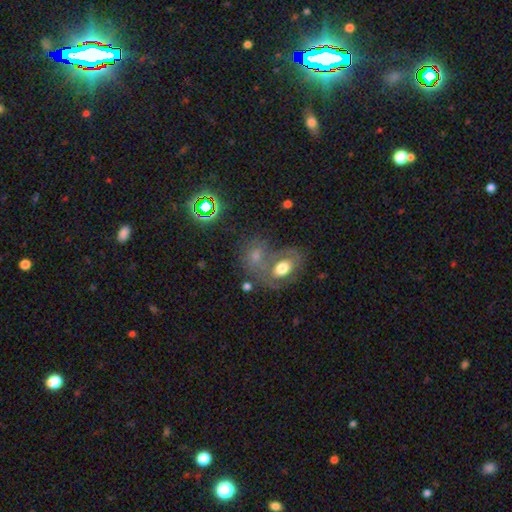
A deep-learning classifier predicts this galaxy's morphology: Overall: smooth (54%; featured or disk 24%). How rounded: in between (61%; round 37%). Merging: merger (41%; none 37%).